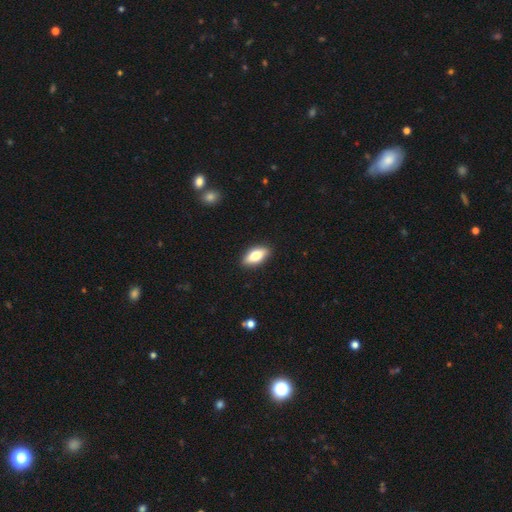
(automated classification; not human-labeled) Q: Smooth or featured?
A: smooth (74%); runner-up: featured or disk (19%)
Q: How rounded?
A: in between (82%); runner-up: cigar-shaped (14%)
Q: Merging?
A: none (89%); runner-up: minor disturbance (8%)